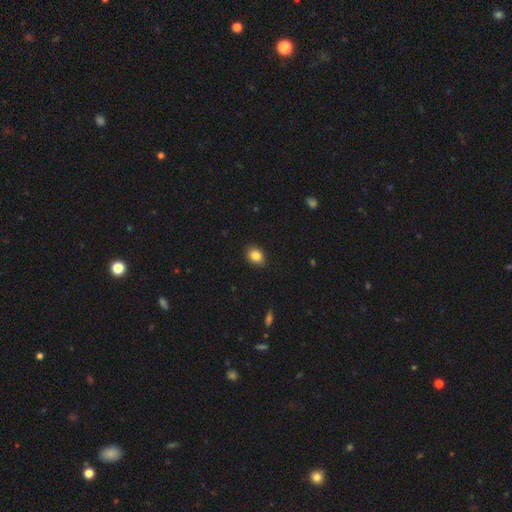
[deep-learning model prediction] smooth_or_featured: smooth (p=0.86) [alt: star or artifact p=0.09]
how_rounded: in between (p=0.54) [alt: round p=0.45]
merging: none (p=0.88) [alt: minor disturbance p=0.09]